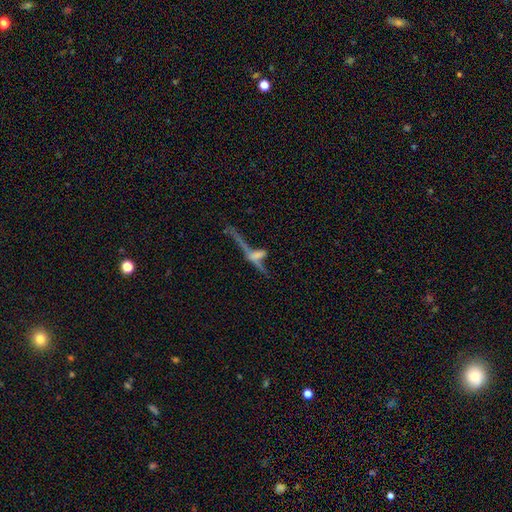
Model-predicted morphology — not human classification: Smooth or featured? featured or disk (54%)
Edge-on disk? yes (51%)
Merging? merger (41%)